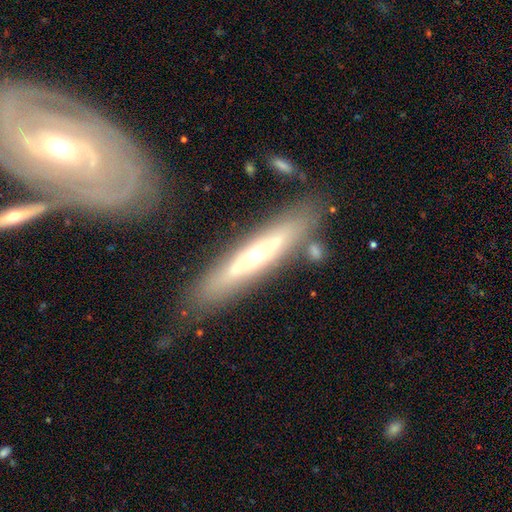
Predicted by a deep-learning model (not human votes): Smooth or featured? featured or disk (66%)
Edge-on disk? yes (60%)
Merging? none (76%)